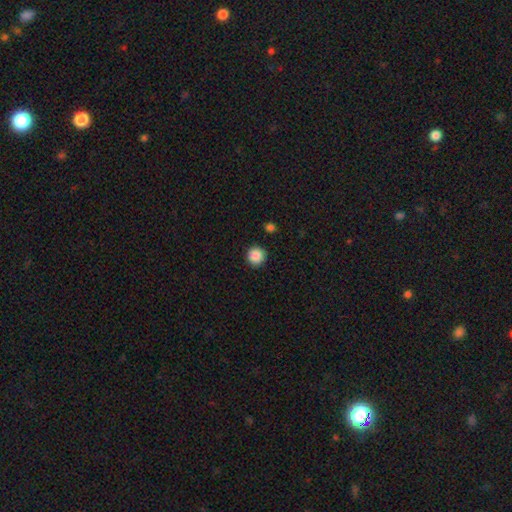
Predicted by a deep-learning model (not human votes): Smooth or featured: smooth — 88% (star or artifact — 9%)
How rounded: round — 95% (in between — 4%)
Merging: none — 91% (minor disturbance — 6%)